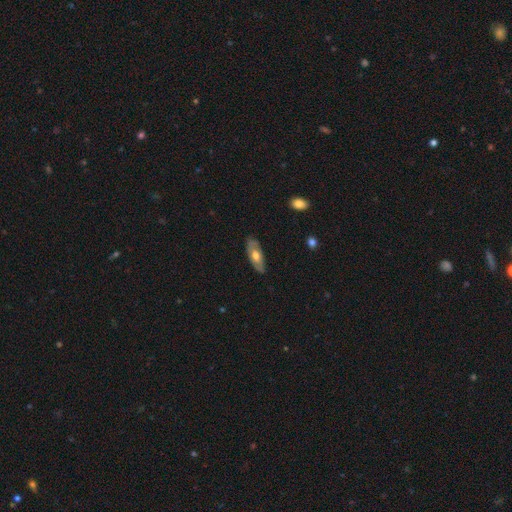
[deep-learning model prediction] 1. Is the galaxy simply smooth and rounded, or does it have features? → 51% featured or disk, 44% smooth, 6% star or artifact.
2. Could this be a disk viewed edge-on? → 73% no, 27% yes.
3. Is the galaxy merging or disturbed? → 81% none, 15% minor disturbance, 3% major disturbance, 1% merger.